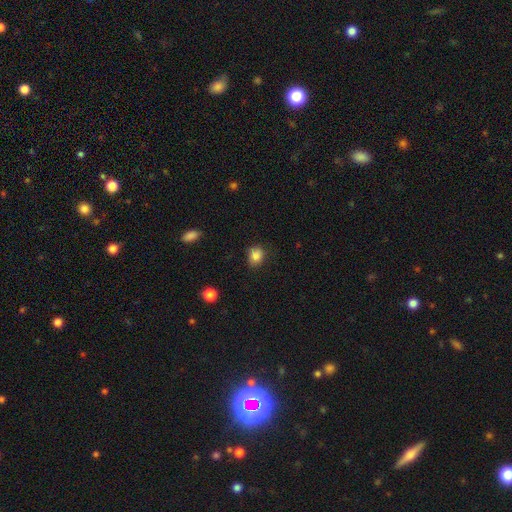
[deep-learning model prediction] This appears to be a smooth galaxy with no disk features (86%) that is round (63%). Merging: none (76%).